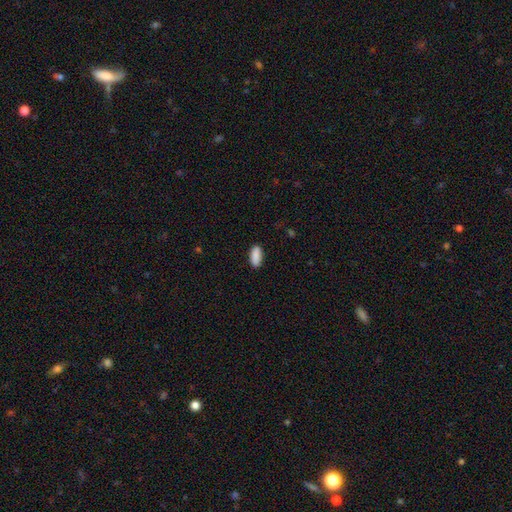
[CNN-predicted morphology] Smooth or featured: smooth — 90% (star or artifact — 6%)
How rounded: in between — 87% (cigar-shaped — 11%)
Merging: none — 88% (minor disturbance — 9%)